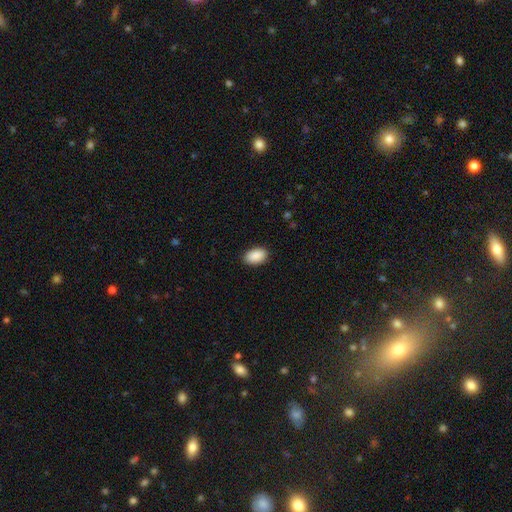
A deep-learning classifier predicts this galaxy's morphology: smooth_or_featured: smooth (p=0.91) [alt: star or artifact p=0.06]
how_rounded: in between (p=0.93) [alt: round p=0.06]
merging: none (p=0.88) [alt: minor disturbance p=0.09]